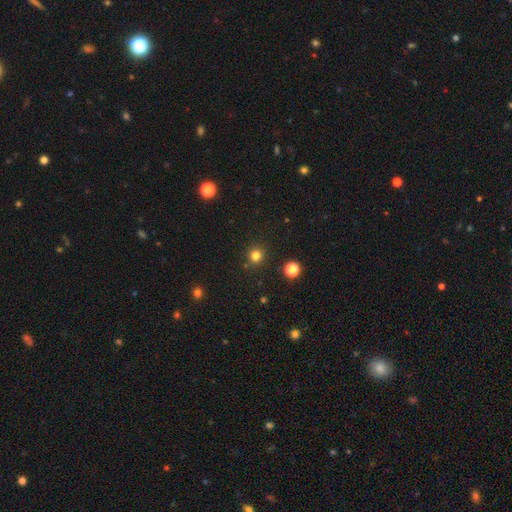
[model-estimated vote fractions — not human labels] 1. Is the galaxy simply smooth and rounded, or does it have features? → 80% smooth, 16% star or artifact, 4% featured or disk.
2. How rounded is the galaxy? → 94% round, 5% in between, 1% cigar-shaped.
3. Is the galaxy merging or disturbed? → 90% none, 6% minor disturbance, 2% merger, 2% major disturbance.